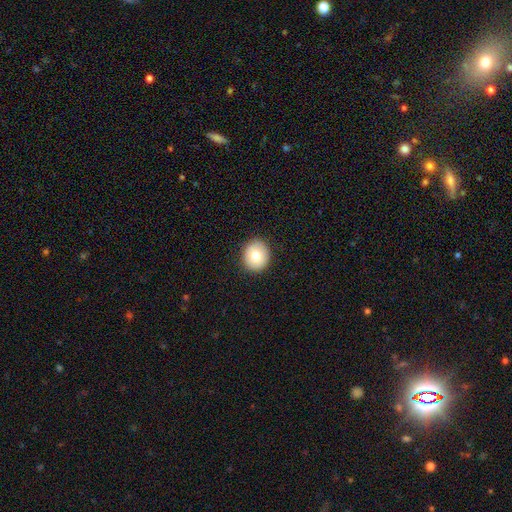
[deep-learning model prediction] Overall: smooth (78%). How rounded: round (79%). Merging: none (90%).